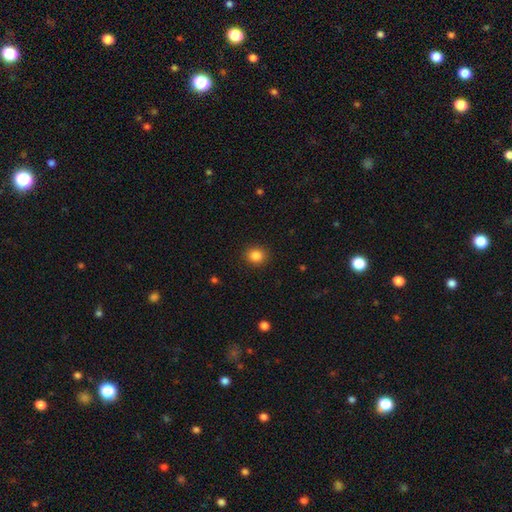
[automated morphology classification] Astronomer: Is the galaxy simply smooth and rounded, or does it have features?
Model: smooth — 86%.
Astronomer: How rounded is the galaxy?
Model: round — 75%.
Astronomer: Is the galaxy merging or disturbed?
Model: none — 90%.